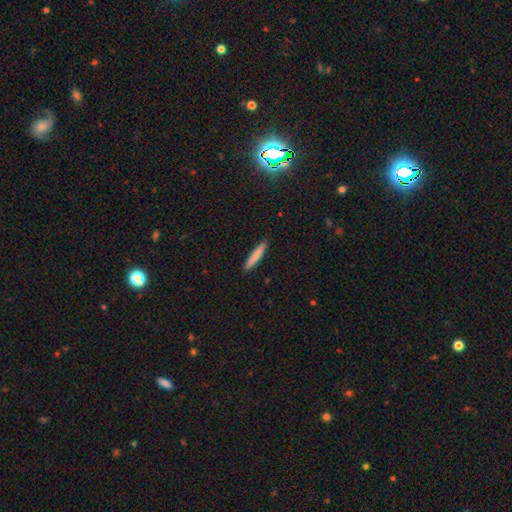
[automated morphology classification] Smooth or featured? Predicted: smooth (p=0.80). How rounded? Predicted: cigar-shaped (p=0.91). Merging? Predicted: none (p=0.90).